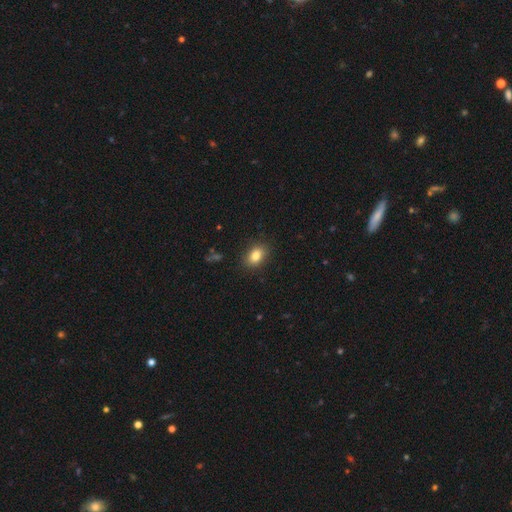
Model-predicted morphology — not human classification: Smooth or featured: smooth — 83% (star or artifact — 9%)
How rounded: in between — 77% (round — 22%)
Merging: none — 88% (minor disturbance — 9%)